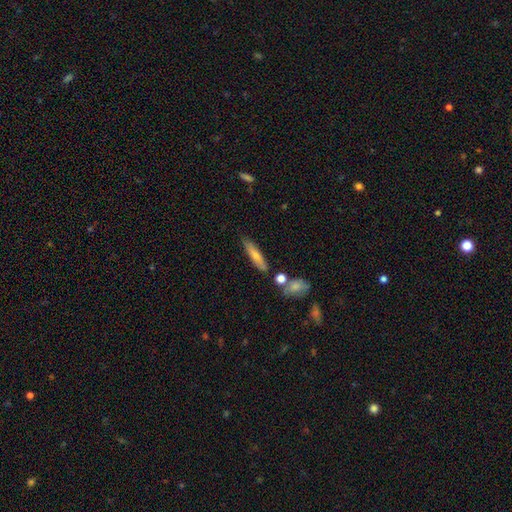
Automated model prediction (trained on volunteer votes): The model was most divided on "smooth or featured": smooth: 67%, featured or disk: 26%, star or artifact: 7%. More confident: how rounded — cigar-shaped (78%); merging — none (75%).